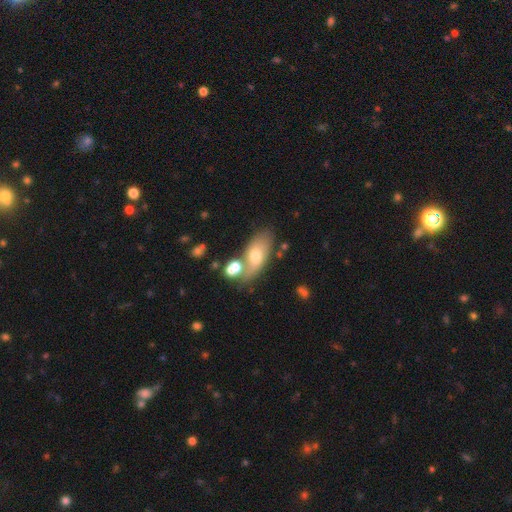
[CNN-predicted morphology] Q: Smooth or featured?
A: smooth (62%); runner-up: featured or disk (30%)
Q: How rounded?
A: in between (84%); runner-up: cigar-shaped (10%)
Q: Merging?
A: none (53%); runner-up: merger (23%)